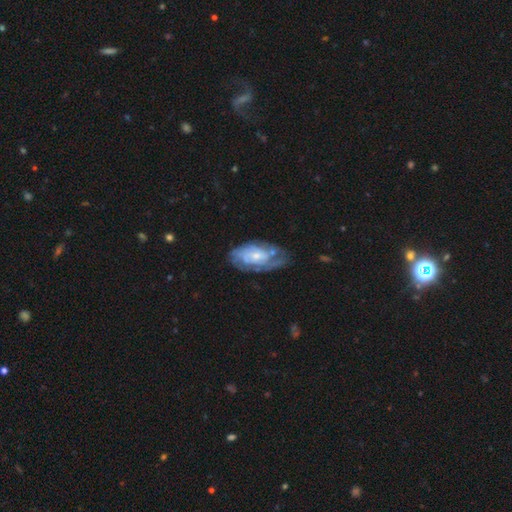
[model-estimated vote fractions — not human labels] The model was most divided on "bulge size": small: 57%, moderate: 32%, none: 6%, large: 4%, dominant: 1%. More confident: edge-on disk — no (94%); spiral arms — yes (82%); smooth or featured — featured or disk (73%); bar — no (70%); merging — none (58%); spiral winding — tight (57%); spiral arm count — can't tell (51%).